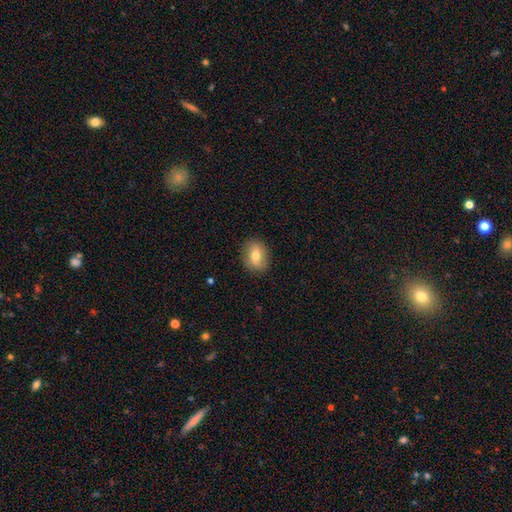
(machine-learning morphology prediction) A smooth galaxy with no disk features (70%) that is in between round and cigar-shaped (56%).

Vote fractions:
- Smooth or featured? smooth: 70% / featured or disk: 21% / star or artifact: 9%
- How rounded? in between: 56% / round: 42% / cigar-shaped: 2%
- Merging? none: 87% / minor disturbance: 10% / major disturbance: 3% / merger: 1%